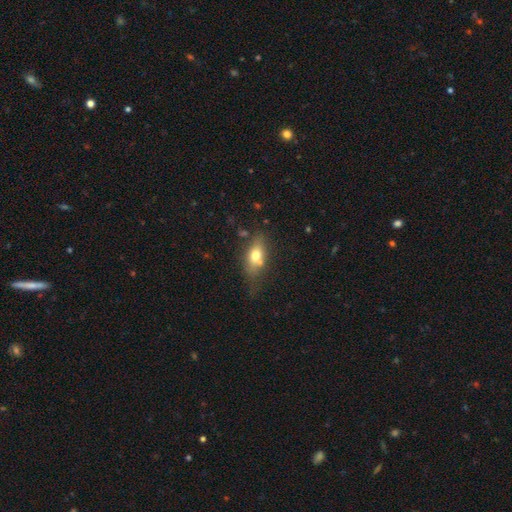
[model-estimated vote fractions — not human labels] The model was most divided on "merging": none: 57%, minor disturbance: 24%, major disturbance: 10%, merger: 9%. More confident: how rounded — in between (77%); smooth or featured — smooth (67%).